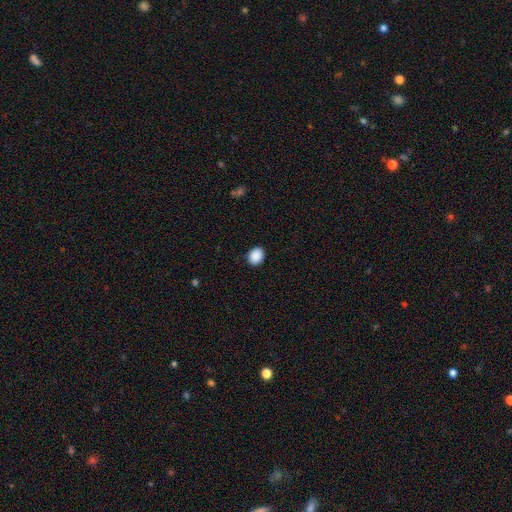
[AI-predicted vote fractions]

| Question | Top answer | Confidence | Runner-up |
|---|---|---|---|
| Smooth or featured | smooth | 90% | star or artifact (8%) |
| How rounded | round | 52% | in between (47%) |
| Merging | none | 89% | minor disturbance (8%) |